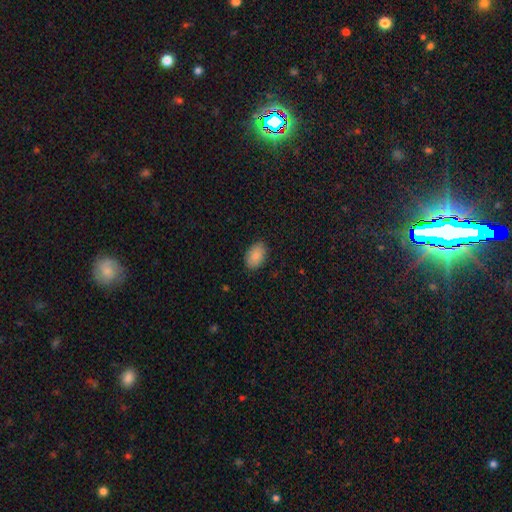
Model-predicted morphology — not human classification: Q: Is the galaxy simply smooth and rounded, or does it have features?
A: smooth — 88%.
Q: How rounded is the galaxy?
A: in between — 90%.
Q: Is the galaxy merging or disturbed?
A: none — 87%.